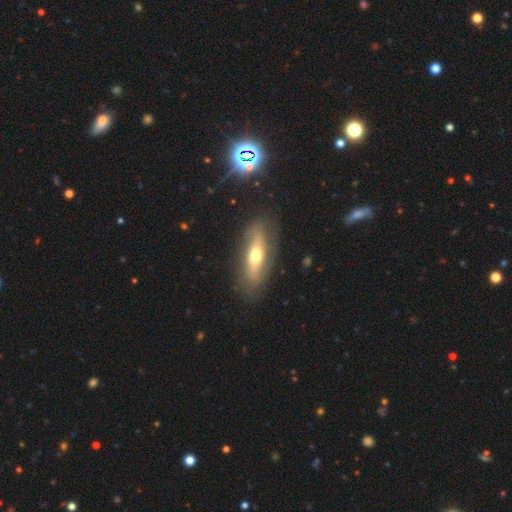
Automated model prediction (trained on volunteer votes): smooth-or-featured: featured or disk: 49% | smooth: 44% | star or artifact: 7%
  merging: none: 78% | minor disturbance: 15% | major disturbance: 5% | merger: 2%